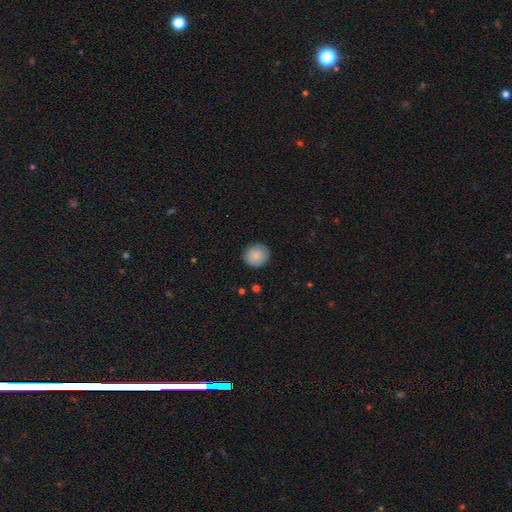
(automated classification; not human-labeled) smooth_or_featured: smooth (p=0.87) [alt: star or artifact p=0.07]
how_rounded: round (p=0.84) [alt: in between p=0.15]
merging: none (p=0.89) [alt: minor disturbance p=0.08]